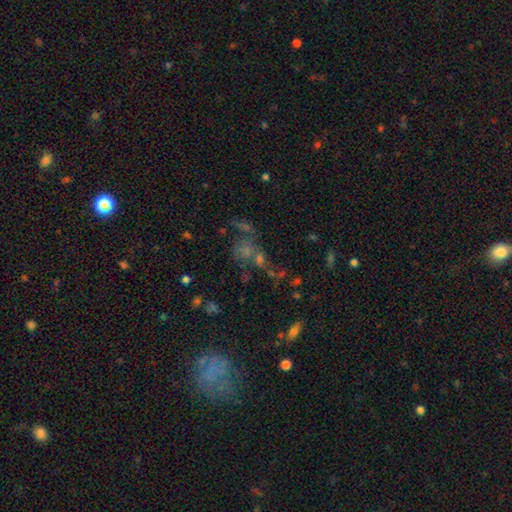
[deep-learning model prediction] A star or artifact, not a galaxy (42%).

Vote fractions:
- Smooth or featured? star or artifact: 42% / smooth: 33% / featured or disk: 25%